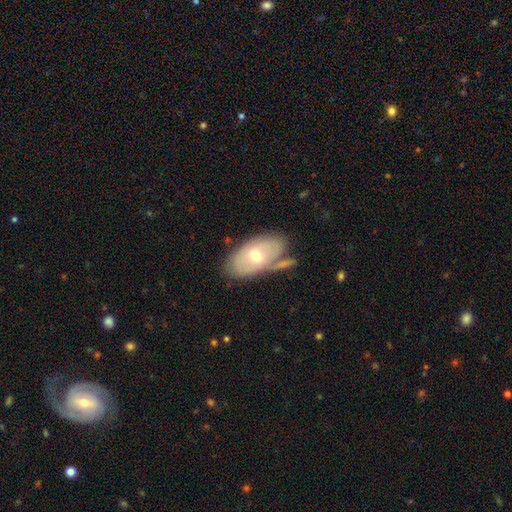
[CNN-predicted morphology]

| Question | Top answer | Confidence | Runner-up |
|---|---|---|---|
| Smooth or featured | smooth | 53% | featured or disk (41%) |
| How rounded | in between | 92% | round (6%) |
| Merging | none | 57% | minor disturbance (19%) |